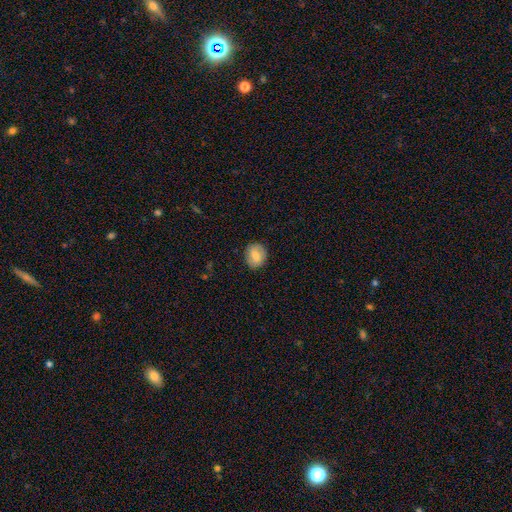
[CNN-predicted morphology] This is likely a smooth galaxy (76%). How rounded: possibly round (60%). Merging: clearly none (85%).